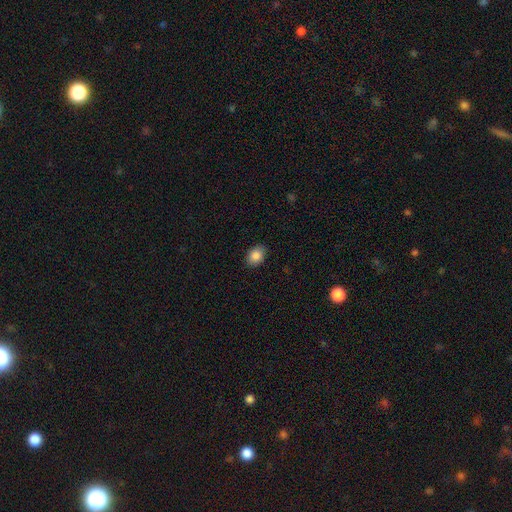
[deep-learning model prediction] Smooth or featured?
  - smooth: 87% *
  - star or artifact: 8%
  - featured or disk: 5%
How rounded?
  - in between: 73% *
  - round: 26%
  - cigar-shaped: 1%
Merging?
  - none: 87% *
  - minor disturbance: 10%
  - major disturbance: 2%
  - merger: 1%